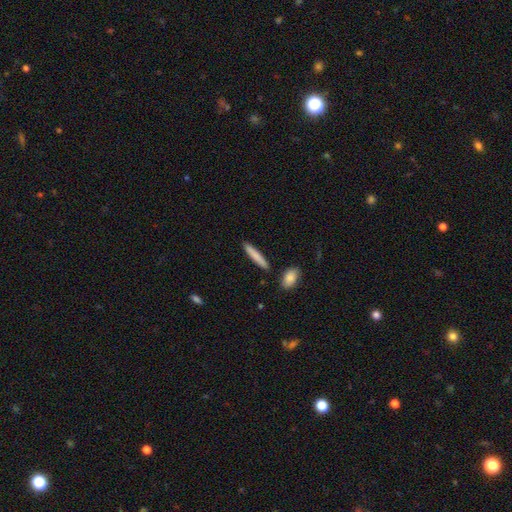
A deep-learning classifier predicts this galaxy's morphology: Q: Smooth or featured?
A: smooth (80%); runner-up: featured or disk (15%)
Q: How rounded?
A: cigar-shaped (92%); runner-up: in between (7%)
Q: Merging?
A: none (88%); runner-up: minor disturbance (7%)